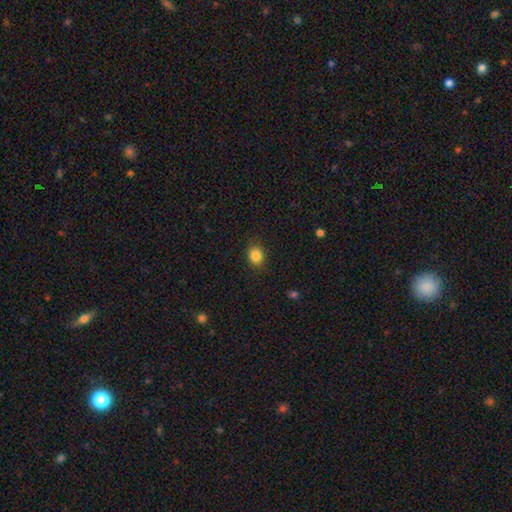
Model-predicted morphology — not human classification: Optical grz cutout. It shows a smooth galaxy with no disk features (85%) that is round (69%). Merging: none (87%).